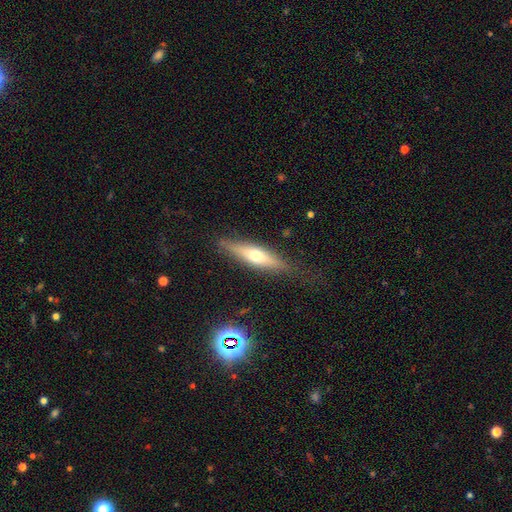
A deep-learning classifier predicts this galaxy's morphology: featured or disk 51%, smooth 42%, star or artifact 7%. Down the decision tree: edge-on disk — yes (88%); merging — none (83%).